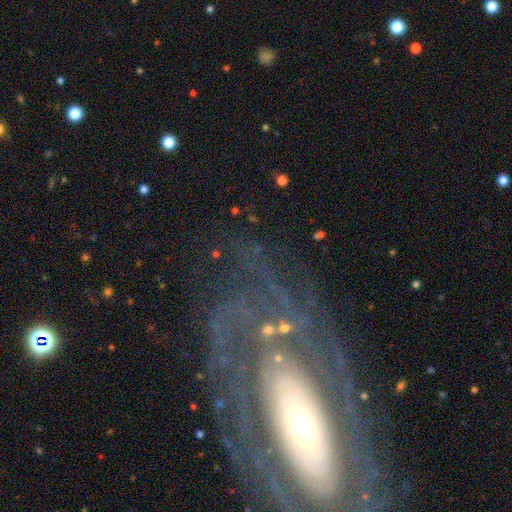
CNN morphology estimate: This appears to be a featured or disk galaxy (78%) with no bar (67%), tight (68%) spiral arms (79%) and a small central bulge (52%). Merging: none (72%).